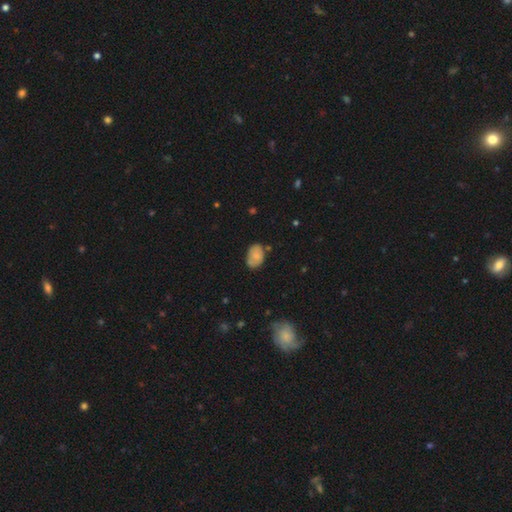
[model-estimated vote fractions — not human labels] Overall: smooth (72%). How rounded: in between (85%). Merging: none (65%; minor disturbance 26%).